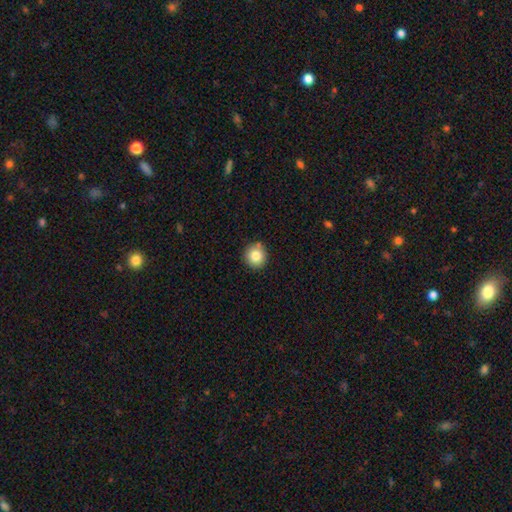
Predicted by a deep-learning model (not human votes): Smooth or featured? Predicted: smooth (p=0.82). How rounded? Predicted: round (p=0.92). Merging? Predicted: none (p=0.85).